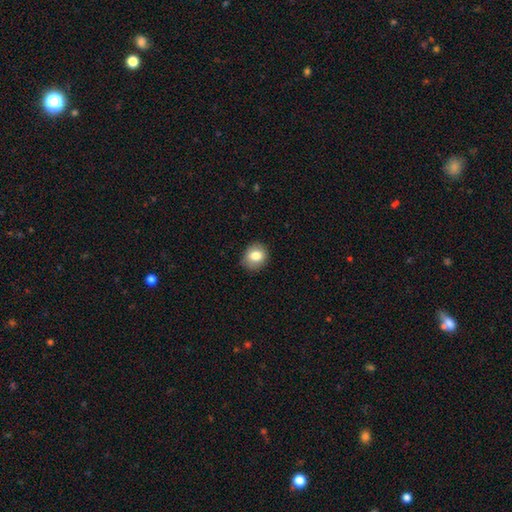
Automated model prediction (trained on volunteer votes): Smooth or featured? Predicted: smooth (p=0.81). How rounded? Predicted: round (p=0.70). Merging? Predicted: none (p=0.85).